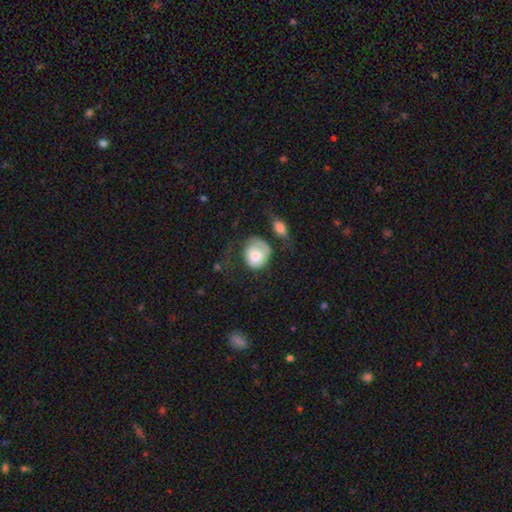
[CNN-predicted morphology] Smooth or featured: smooth — 75% (featured or disk — 19%)
How rounded: round — 73% (in between — 26%)
Merging: major disturbance — 31% (none — 30%)